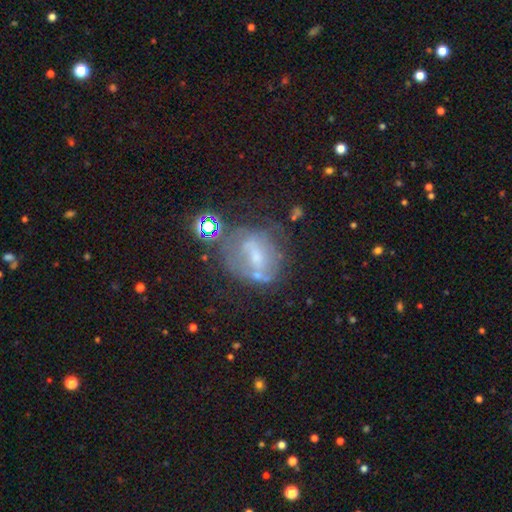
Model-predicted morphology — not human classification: This appears to be a featured or disk galaxy (56%) with no bar (45%), no spiral arms (59%) and a small central bulge (48%). Merging: none (41%).